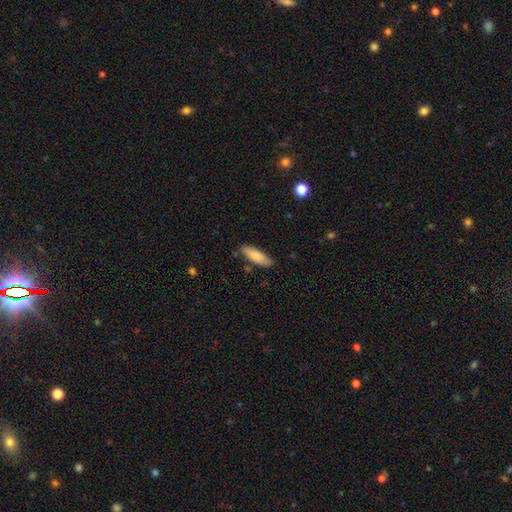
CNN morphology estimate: Smooth or featured? Predicted: smooth (p=0.85). How rounded? Predicted: in between (p=0.56). Merging? Predicted: none (p=0.83).